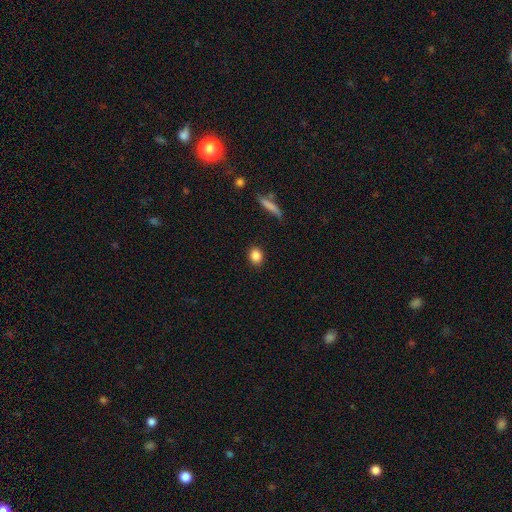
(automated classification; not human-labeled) Smooth or featured? smooth (86%)
How rounded? round (55%)
Merging? none (88%)